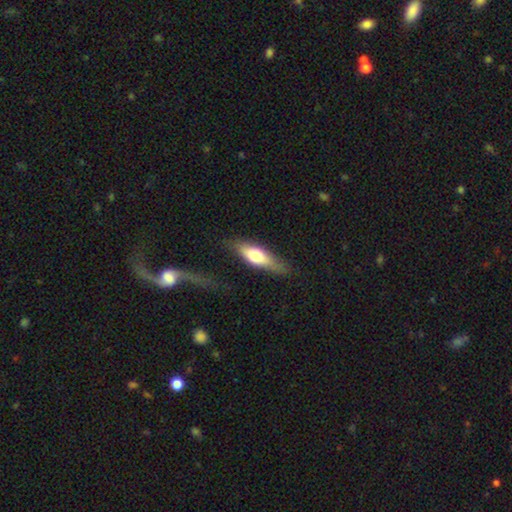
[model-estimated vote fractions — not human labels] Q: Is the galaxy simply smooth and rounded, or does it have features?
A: smooth — 55%.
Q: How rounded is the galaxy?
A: cigar-shaped — 50%.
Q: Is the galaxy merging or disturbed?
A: none — 70%.